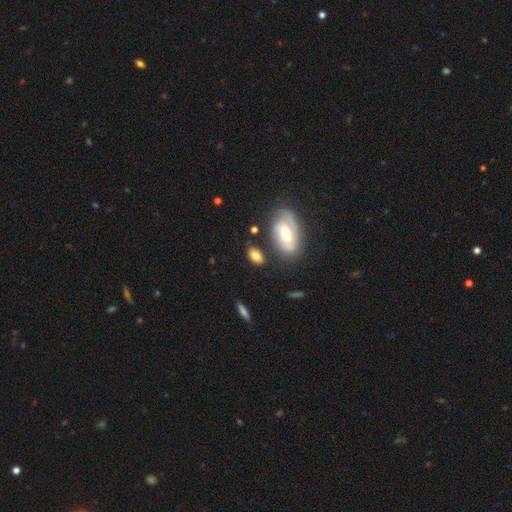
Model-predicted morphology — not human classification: Smooth or featured? smooth (72%)
How rounded? in between (86%)
Merging? none (69%)